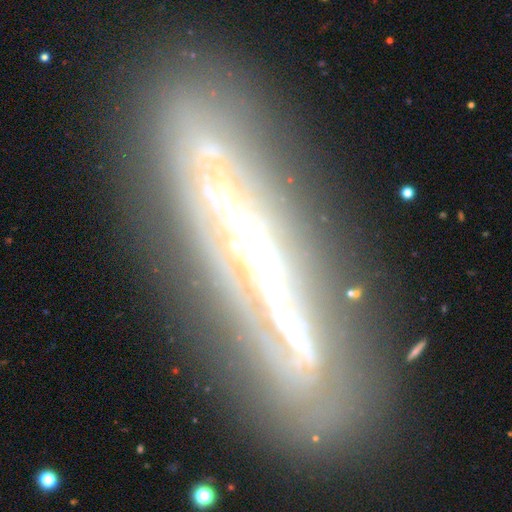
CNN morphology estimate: The model was most divided on "edge-on bulge": rounded: 54%, none: 37%, boxy: 10%. More confident: merging — none (82%); edge-on disk — yes (81%); smooth or featured — featured or disk (81%).